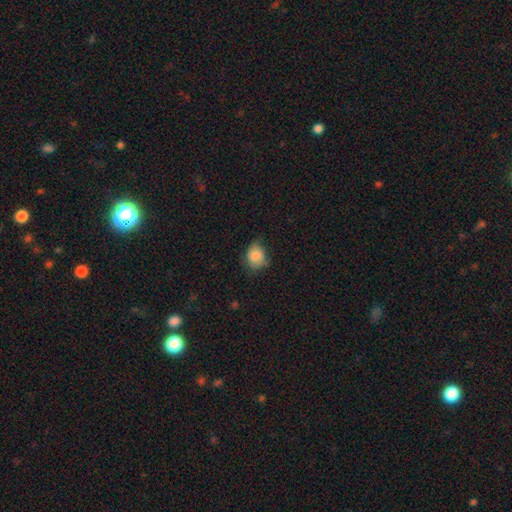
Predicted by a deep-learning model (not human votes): This appears to be a smooth galaxy with no disk features (83%) that is round (52%). Merging: none (56%).